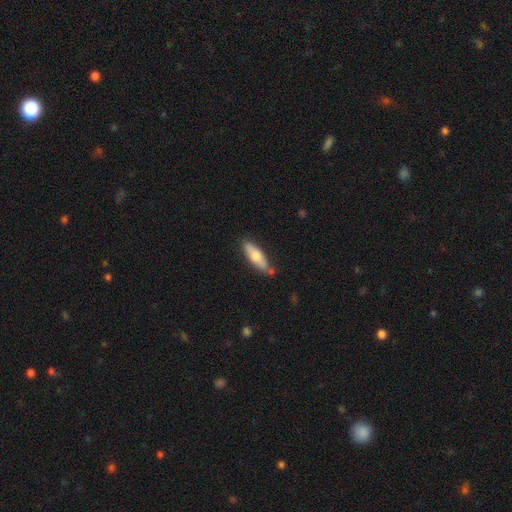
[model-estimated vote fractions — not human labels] smooth 66%, featured or disk 28%, star or artifact 6%. Down the decision tree: how rounded — in between (51%); merging — none (74%).